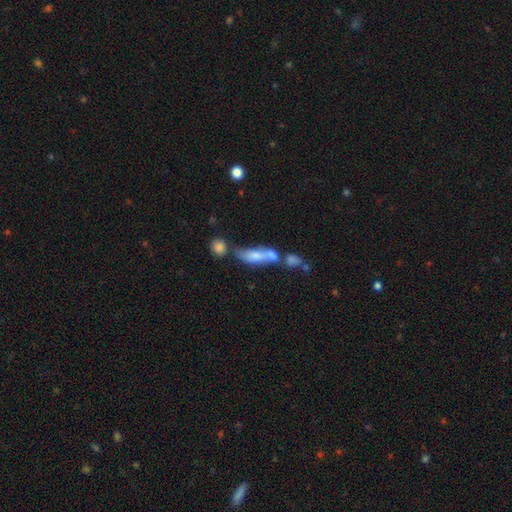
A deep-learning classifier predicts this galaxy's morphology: A smooth galaxy with no disk features (45%).

Vote fractions:
- Smooth or featured? smooth: 45% / featured or disk: 43% / star or artifact: 12%
- Merging? merger: 46% / none: 31% / minor disturbance: 13% / major disturbance: 10%